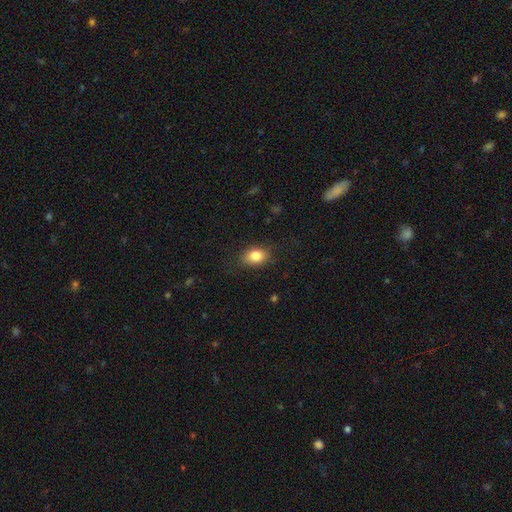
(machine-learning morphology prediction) smooth_or_featured: smooth (p=0.84) [alt: star or artifact p=0.09]
how_rounded: in between (p=0.76) [alt: round p=0.22]
merging: none (p=0.81) [alt: minor disturbance p=0.14]